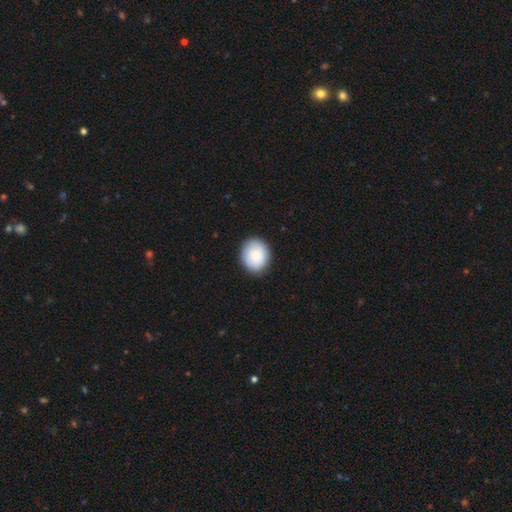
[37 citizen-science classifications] smooth 76%, featured or disk 22%, star or artifact 3%. Down the decision tree: how rounded — round (57%); merging — none (92%).